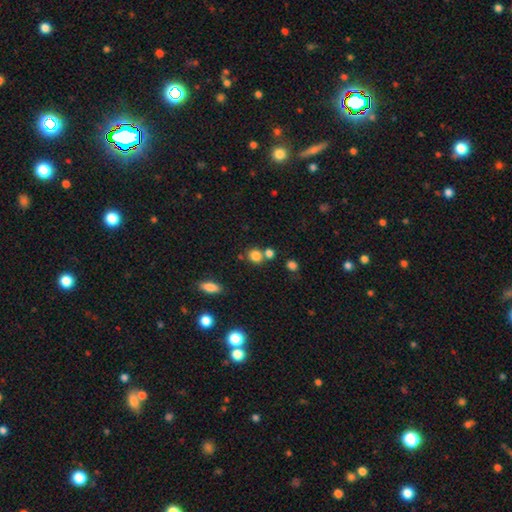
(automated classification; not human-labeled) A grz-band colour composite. It shows a smooth galaxy with no disk features (81%) that is round (79%). Merging: none (60%).